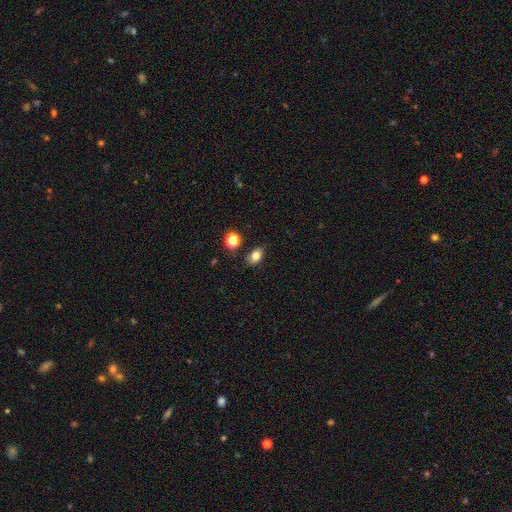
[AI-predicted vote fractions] smooth-or-featured: smooth: 78% | star or artifact: 12% | featured or disk: 10%
  how-rounded: in between: 82% | round: 16% | cigar-shaped: 2%
  merging: none: 80% | minor disturbance: 13% | merger: 3% | major disturbance: 3%